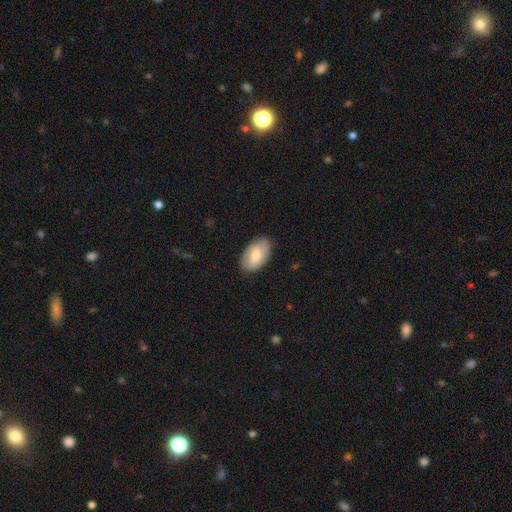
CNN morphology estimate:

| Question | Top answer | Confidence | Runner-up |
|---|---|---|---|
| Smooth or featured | smooth | 60% | featured or disk (34%) |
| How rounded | in between | 92% | round (6%) |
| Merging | none | 80% | minor disturbance (16%) |